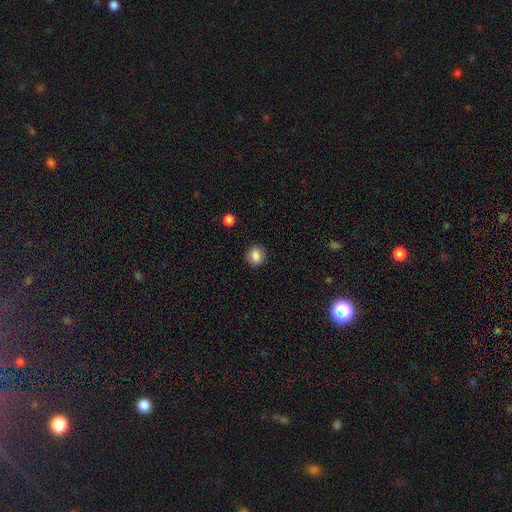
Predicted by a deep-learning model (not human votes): The model was most divided on "how rounded": round: 78%, in between: 21%, cigar-shaped: 1%. More confident: merging — none (88%); smooth or featured — smooth (86%).